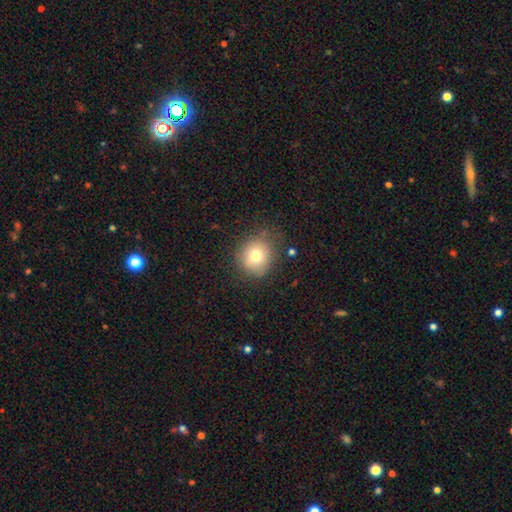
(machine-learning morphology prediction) Smooth or featured: smooth — 75% (featured or disk — 13%)
How rounded: round — 84% (in between — 15%)
Merging: none — 80% (minor disturbance — 14%)